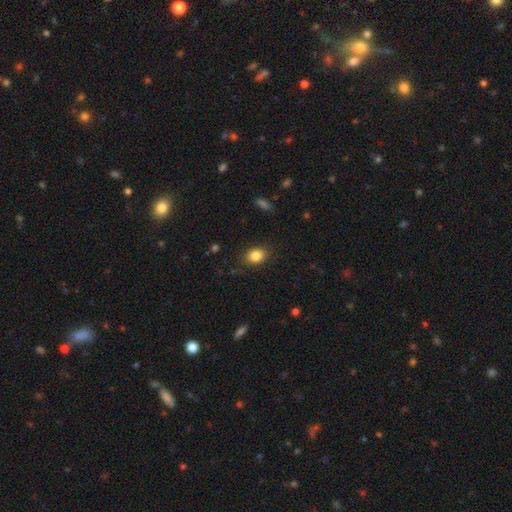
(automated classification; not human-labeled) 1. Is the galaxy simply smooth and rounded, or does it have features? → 85% smooth, 9% star or artifact, 6% featured or disk.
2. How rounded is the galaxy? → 68% in between, 31% round, 1% cigar-shaped.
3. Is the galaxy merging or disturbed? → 85% none, 11% minor disturbance, 3% major disturbance, 1% merger.